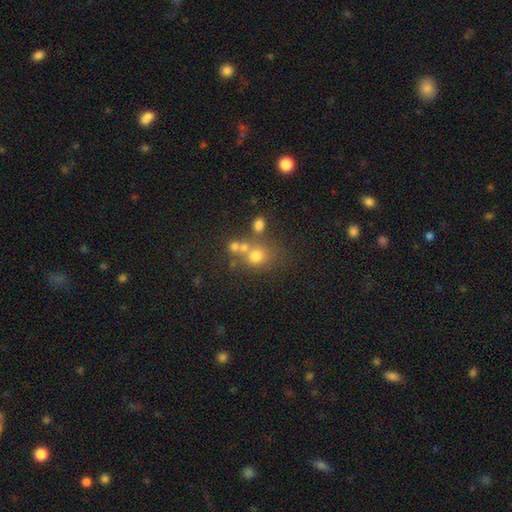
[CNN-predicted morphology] Smooth or featured? smooth (66%)
How rounded? round (78%)
Merging? none (50%)